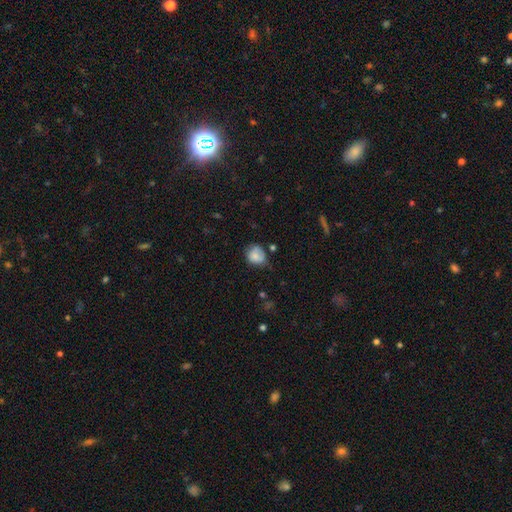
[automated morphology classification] type=smooth (74%); roundness=round (69%); merging=none (51%).